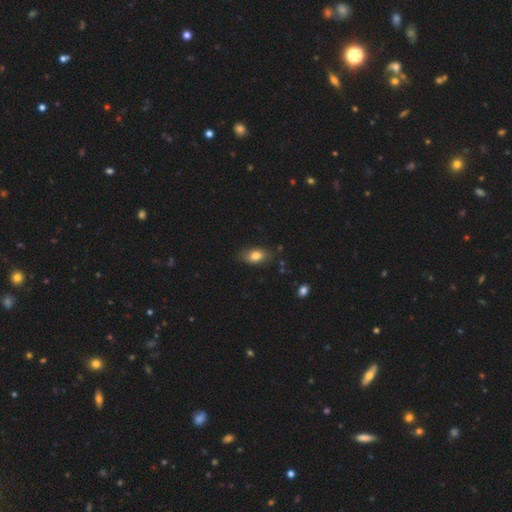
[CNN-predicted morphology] smooth-or-featured: smooth: 80% | featured or disk: 11% | star or artifact: 8%
  how-rounded: in between: 87% | round: 10% | cigar-shaped: 3%
  merging: none: 81% | minor disturbance: 15% | major disturbance: 3% | merger: 2%